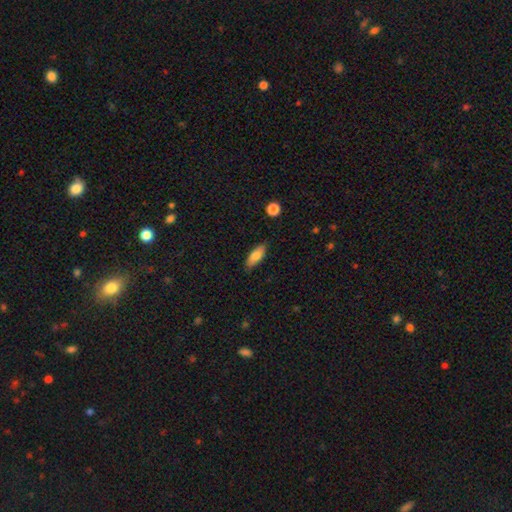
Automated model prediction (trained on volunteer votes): A smooth galaxy with no disk features (77%) that is in between round and cigar-shaped (73%). Merging: none (84%).